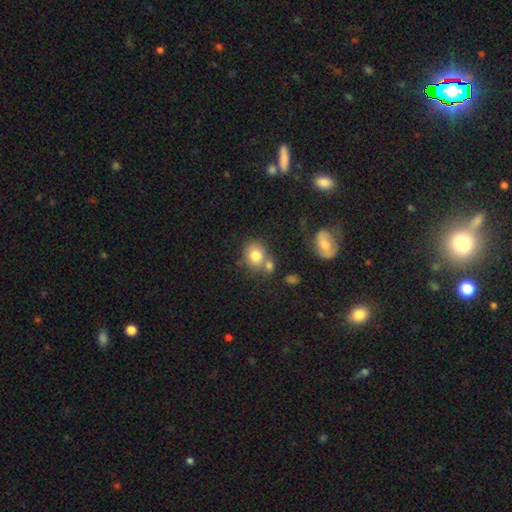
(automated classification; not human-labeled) Smooth or featured? Predicted: smooth (p=0.78). How rounded? Predicted: round (p=0.62). Merging? Predicted: none (p=0.51).